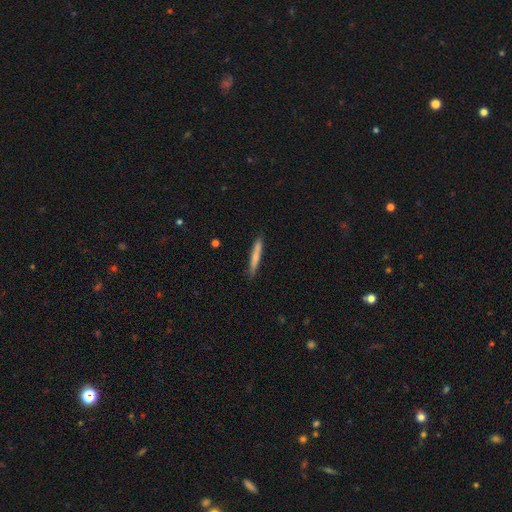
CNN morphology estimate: Smooth or featured? Predicted: smooth (p=0.71). How rounded? Predicted: cigar-shaped (p=0.95). Merging? Predicted: none (p=0.87).